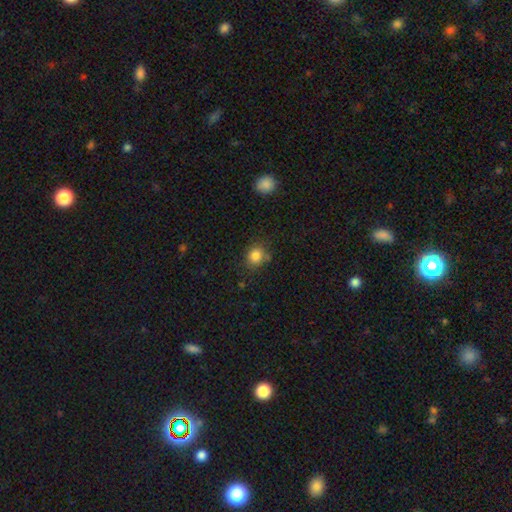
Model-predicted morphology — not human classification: Smooth or featured: smooth — 83% (star or artifact — 11%)
How rounded: round — 74% (in between — 26%)
Merging: none — 76% (minor disturbance — 15%)